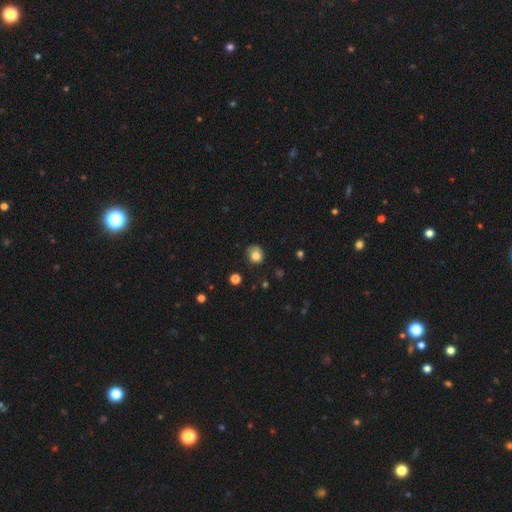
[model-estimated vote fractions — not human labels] Smooth or featured? smooth (79%)
How rounded? round (69%)
Merging? none (65%)